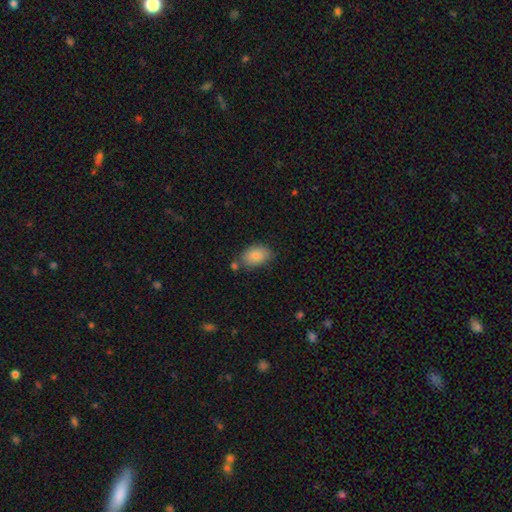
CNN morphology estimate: smooth_or_featured: smooth (p=0.86) [alt: star or artifact p=0.07]
how_rounded: in between (p=0.88) [alt: round p=0.11]
merging: none (p=0.69) [alt: minor disturbance p=0.18]